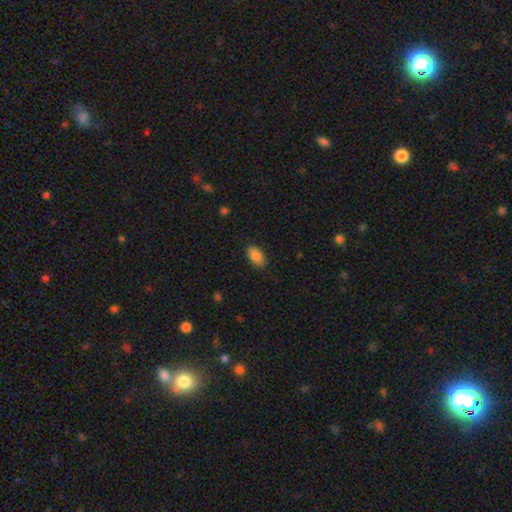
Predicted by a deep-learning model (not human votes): Q: Smooth or featured?
A: smooth (87%); runner-up: star or artifact (8%)
Q: How rounded?
A: in between (93%); runner-up: round (4%)
Q: Merging?
A: none (85%); runner-up: minor disturbance (12%)